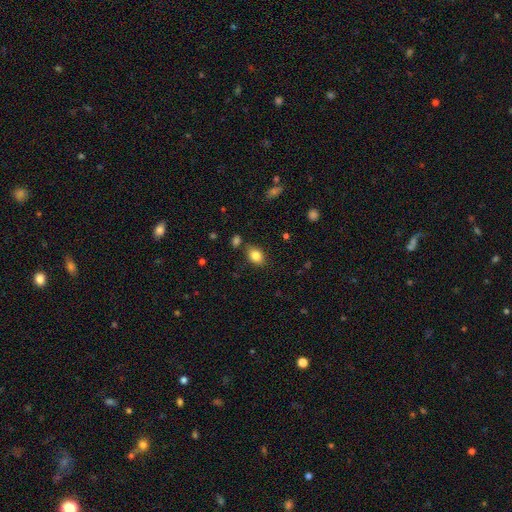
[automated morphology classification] smooth 82%, star or artifact 9%, featured or disk 8%. Down the decision tree: how rounded — in between (74%); merging — none (79%).